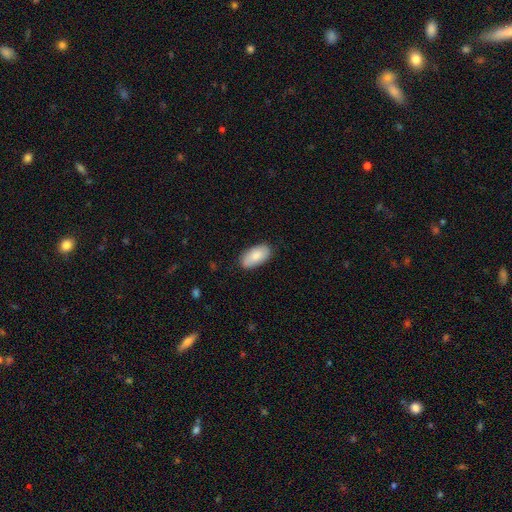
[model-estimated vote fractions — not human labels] Smooth or featured: smooth — 81% (featured or disk — 13%)
How rounded: in between — 95% (round — 3%)
Merging: none — 84% (minor disturbance — 13%)